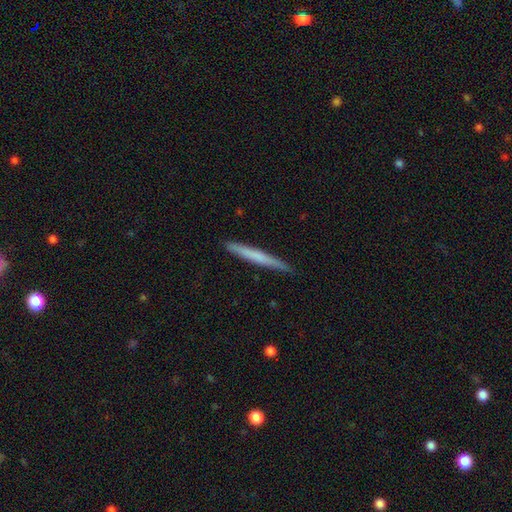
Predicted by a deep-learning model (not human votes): This appears to be a smooth galaxy with no disk features (58%) that is cigar-shaped (97%). Merging: none (90%).